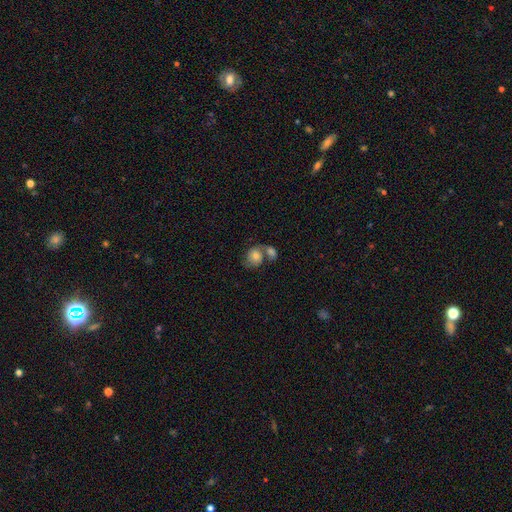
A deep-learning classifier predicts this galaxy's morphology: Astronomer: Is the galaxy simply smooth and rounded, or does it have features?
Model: smooth — 54% (runner-up: featured or disk, 37%).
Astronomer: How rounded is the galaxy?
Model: round — 61% (runner-up: in between, 37%).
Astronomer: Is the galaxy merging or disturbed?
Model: merger — 53% (runner-up: none, 28%).